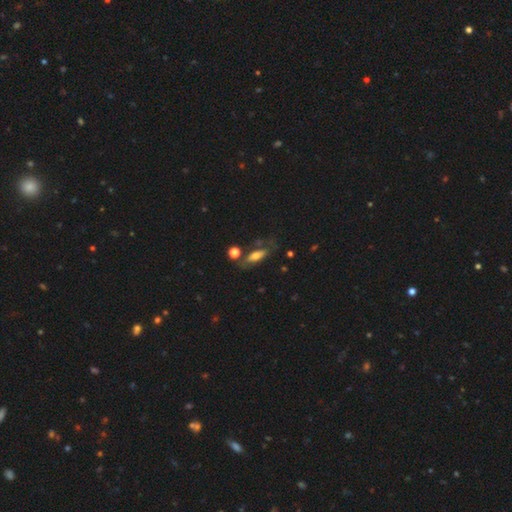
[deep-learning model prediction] Q: Smooth or featured?
A: smooth (59%); runner-up: featured or disk (33%)
Q: How rounded?
A: in between (68%); runner-up: cigar-shaped (28%)
Q: Merging?
A: none (61%); runner-up: minor disturbance (19%)